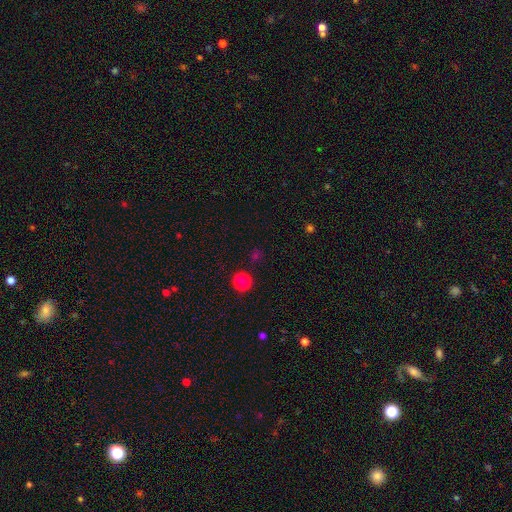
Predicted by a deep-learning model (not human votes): The model was most divided on "smooth or featured": smooth: 58%, star or artifact: 38%, featured or disk: 4%. More confident: how rounded — round (88%); merging — none (85%).